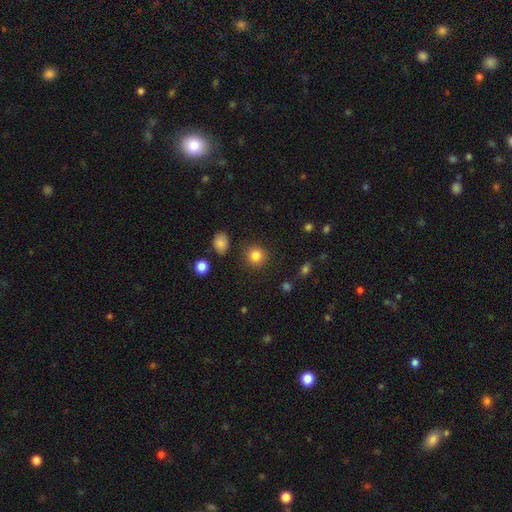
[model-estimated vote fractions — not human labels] This appears to be a smooth galaxy with no disk features (84%) that is round (92%). Merging: none (89%).